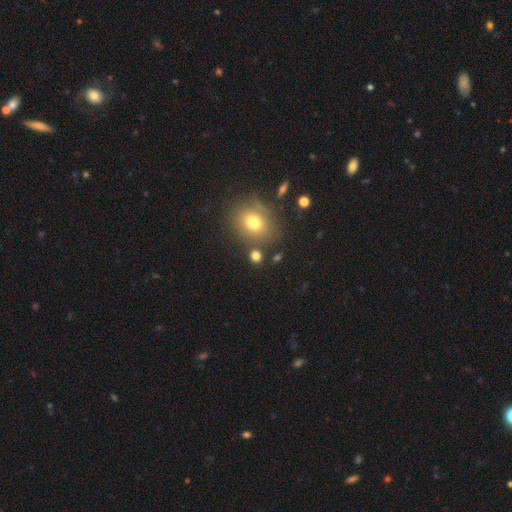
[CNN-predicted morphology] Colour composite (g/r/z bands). It shows a smooth galaxy with no disk features (76%) that is round (73%). Merging: none (76%).